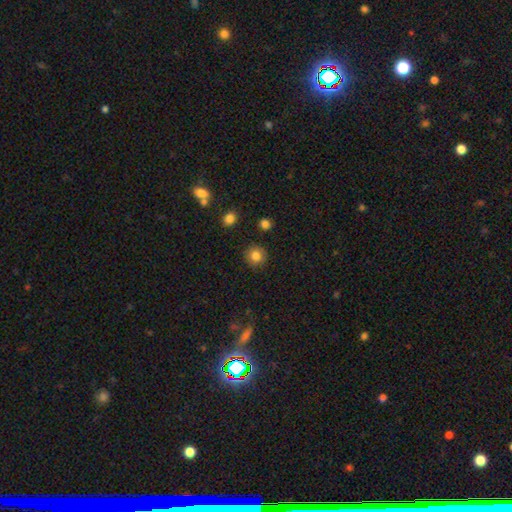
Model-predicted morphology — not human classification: Overall: smooth (82%). How rounded: round (92%). Merging: none (90%).